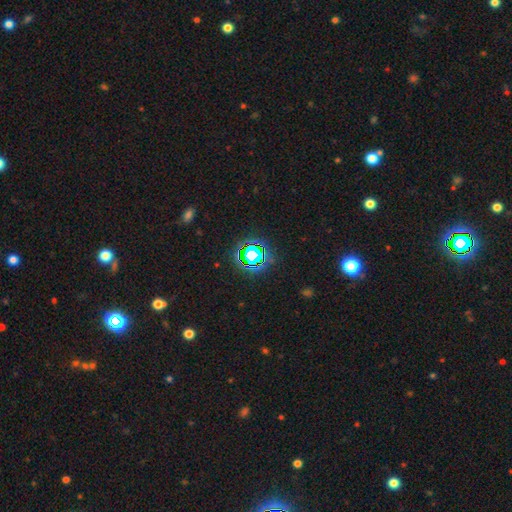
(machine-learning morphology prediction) Smooth or featured? star or artifact (70%)